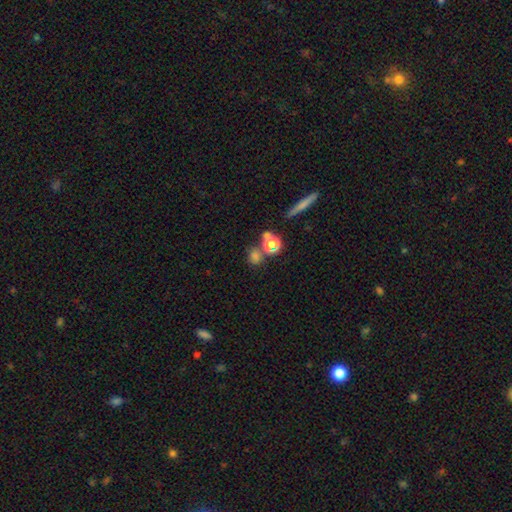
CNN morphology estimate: Overall: smooth (68%). How rounded: round (70%). Merging: none (61%; merger 24%).